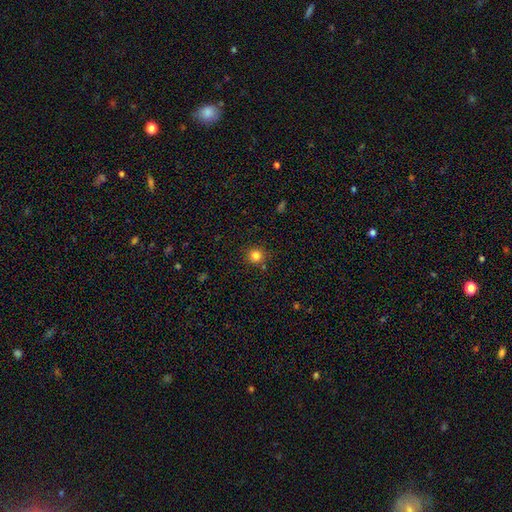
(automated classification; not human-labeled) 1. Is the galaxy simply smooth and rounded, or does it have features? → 82% smooth, 13% star or artifact, 5% featured or disk.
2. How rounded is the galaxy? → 92% round, 7% in between, 1% cigar-shaped.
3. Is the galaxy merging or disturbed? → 85% none, 9% minor disturbance, 4% merger, 2% major disturbance.